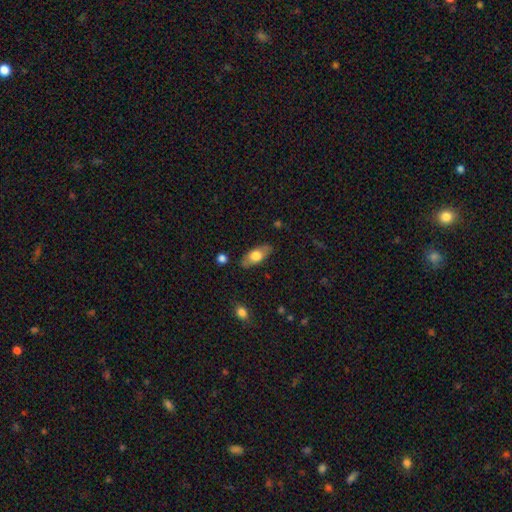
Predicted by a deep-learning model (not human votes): smooth 65%, featured or disk 29%, star or artifact 6%. Down the decision tree: how rounded — in between (81%); merging — none (83%).